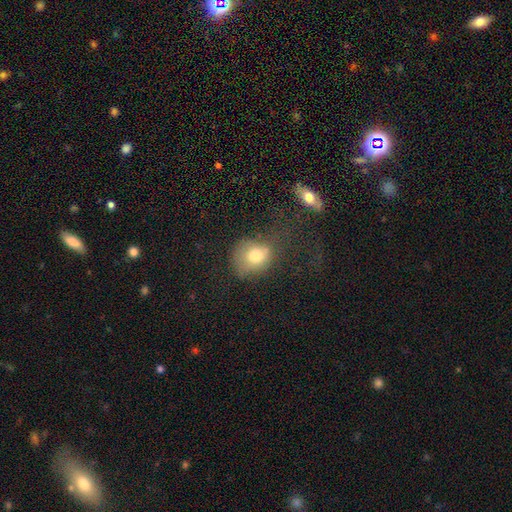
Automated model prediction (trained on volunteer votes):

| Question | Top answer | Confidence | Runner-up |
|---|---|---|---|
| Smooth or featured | smooth | 74% | featured or disk (15%) |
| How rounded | round | 65% | in between (34%) |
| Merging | none | 41% | minor disturbance (26%) |